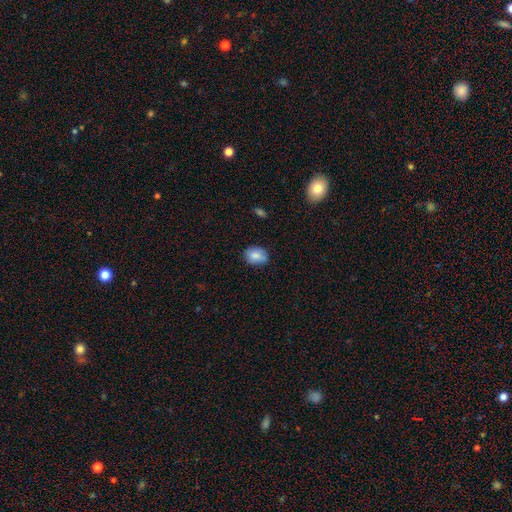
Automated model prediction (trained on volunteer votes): smooth_or_featured: smooth (p=0.80) [alt: featured or disk p=0.12]
how_rounded: in between (p=0.71) [alt: round p=0.28]
merging: none (p=0.76) [alt: minor disturbance p=0.19]